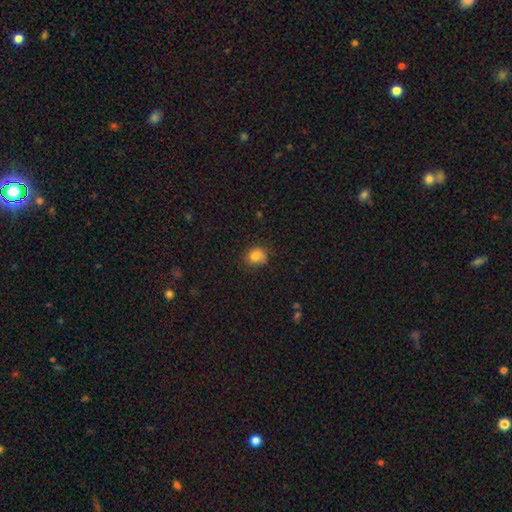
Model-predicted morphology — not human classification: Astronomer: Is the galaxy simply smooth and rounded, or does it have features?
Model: smooth — 81%.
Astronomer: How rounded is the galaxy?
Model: round — 73%.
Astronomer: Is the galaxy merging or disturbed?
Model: none — 69%.